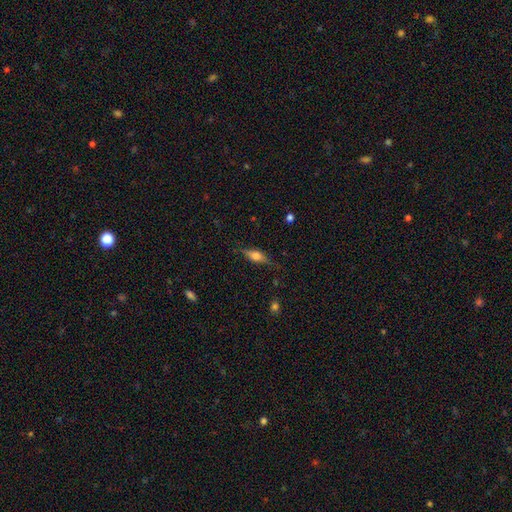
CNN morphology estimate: Overall: featured or disk (50%; smooth 42%). Merging: none (76%).